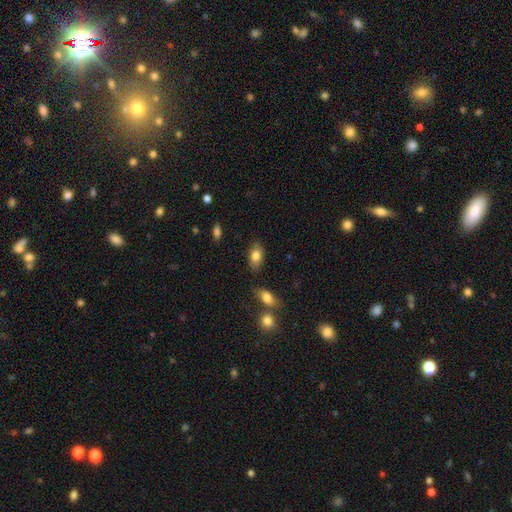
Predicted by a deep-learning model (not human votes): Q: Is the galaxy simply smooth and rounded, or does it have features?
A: smooth — 80%.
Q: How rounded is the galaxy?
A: in between — 91%.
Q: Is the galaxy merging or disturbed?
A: none — 82%.